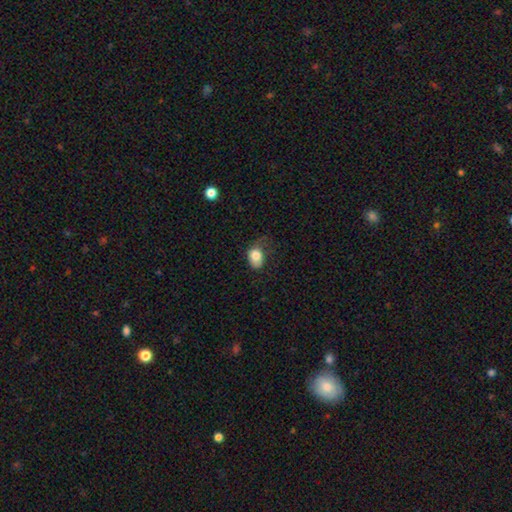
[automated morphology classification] type=smooth (81%); roundness=in between (73%); merging=minor disturbance (35%).